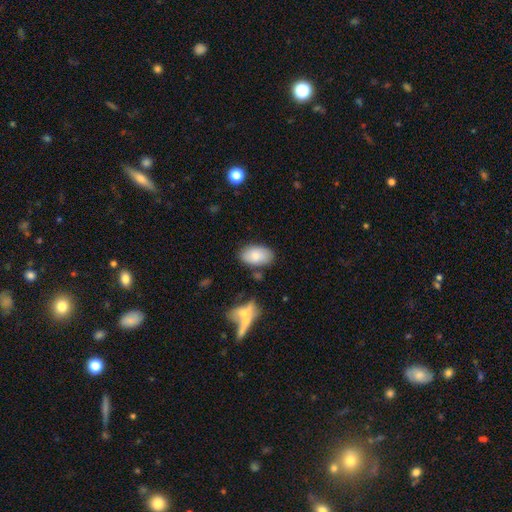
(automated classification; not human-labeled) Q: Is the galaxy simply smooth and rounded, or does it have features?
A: smooth — 81%.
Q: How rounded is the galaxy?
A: in between — 94%.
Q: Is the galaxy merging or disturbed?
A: none — 77%.